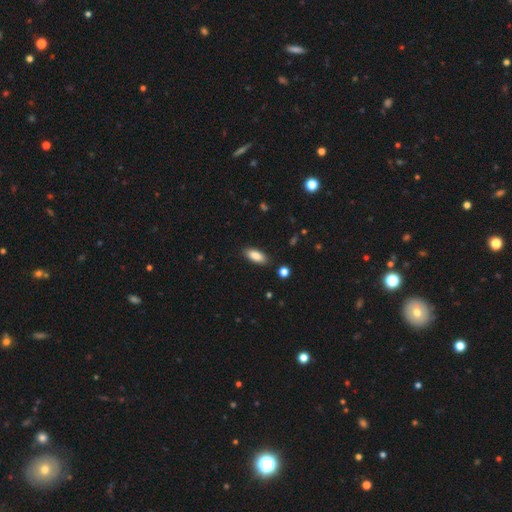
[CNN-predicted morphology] Smooth or featured? Predicted: smooth (p=0.86). How rounded? Predicted: in between (p=0.82). Merging? Predicted: none (p=0.87).